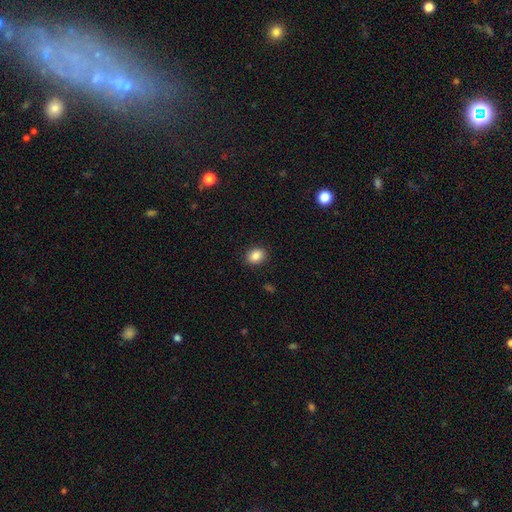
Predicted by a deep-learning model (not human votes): Morphology: type=smooth (87%); roundness=in between (56%); merging=none (90%).